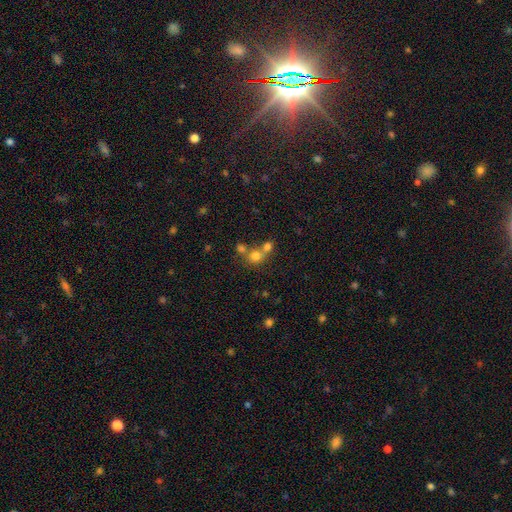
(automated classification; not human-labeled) Smooth or featured? Predicted: smooth (p=0.71). How rounded? Predicted: round (p=0.81). Merging? Predicted: merger (p=0.53).